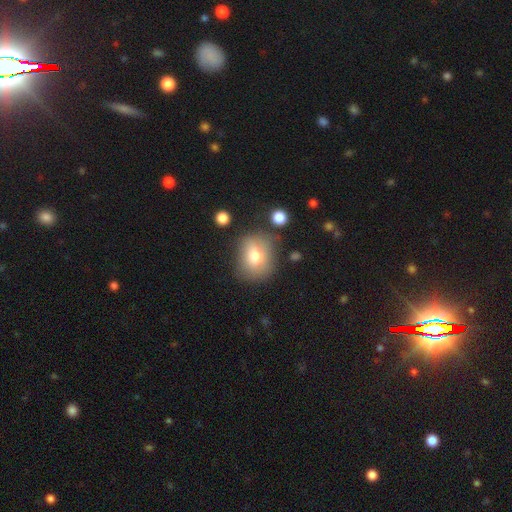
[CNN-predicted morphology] The model was most divided on "how rounded": round: 61%, in between: 38%, cigar-shaped: 1%. More confident: smooth or featured — smooth (72%); merging — none (67%).